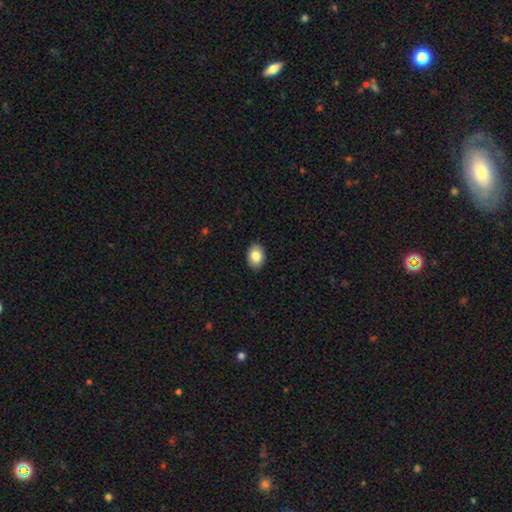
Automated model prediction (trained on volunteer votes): Q: Smooth or featured?
A: smooth (85%); runner-up: featured or disk (8%)
Q: How rounded?
A: in between (76%); runner-up: round (23%)
Q: Merging?
A: none (90%); runner-up: minor disturbance (8%)